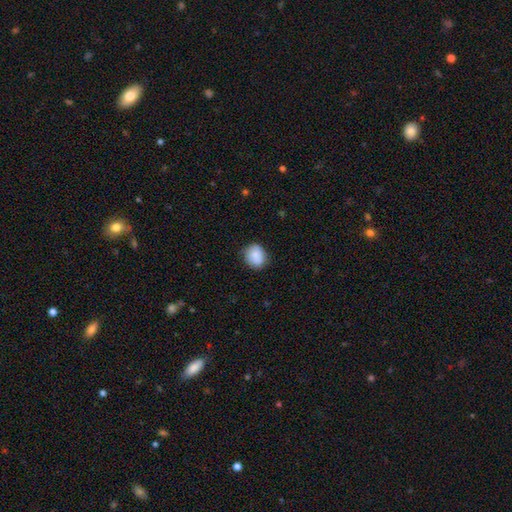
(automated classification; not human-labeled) Smooth or featured? Predicted: smooth (p=0.86). How rounded? Predicted: round (p=0.67). Merging? Predicted: none (p=0.77).